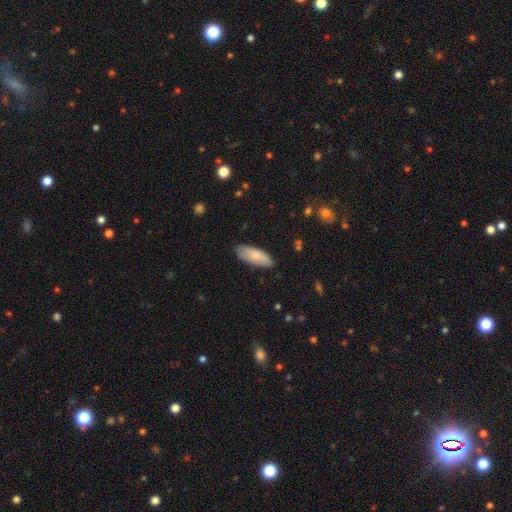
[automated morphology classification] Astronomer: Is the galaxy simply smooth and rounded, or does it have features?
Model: smooth — 82%.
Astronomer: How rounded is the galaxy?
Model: in between — 77%.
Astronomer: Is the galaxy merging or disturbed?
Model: none — 83%.